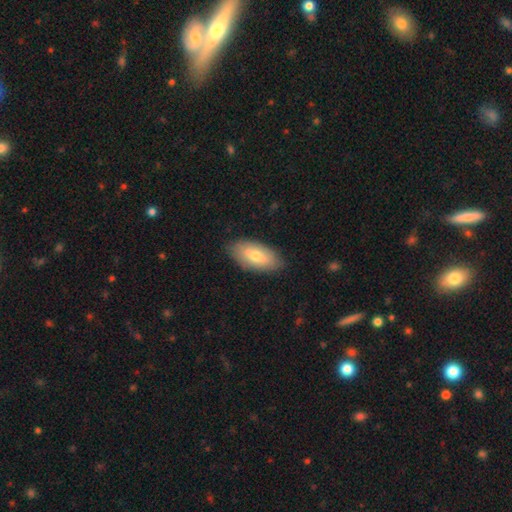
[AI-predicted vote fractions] A smooth galaxy with no disk features (69%) that is in between round and cigar-shaped (89%). Merging: none (85%).